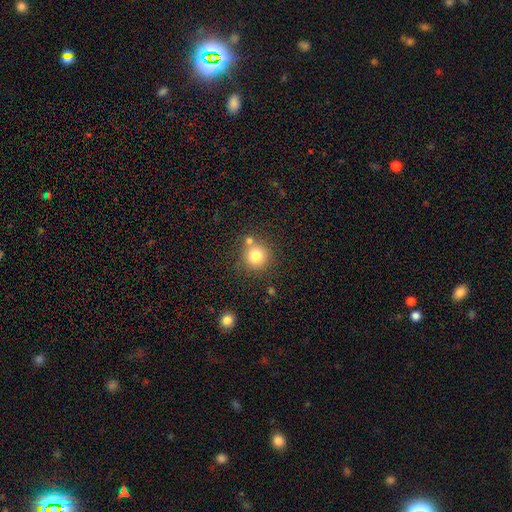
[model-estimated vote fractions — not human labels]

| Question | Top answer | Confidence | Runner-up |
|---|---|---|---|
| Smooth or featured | smooth | 78% | star or artifact (12%) |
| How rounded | round | 92% | in between (7%) |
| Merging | none | 71% | merger (16%) |